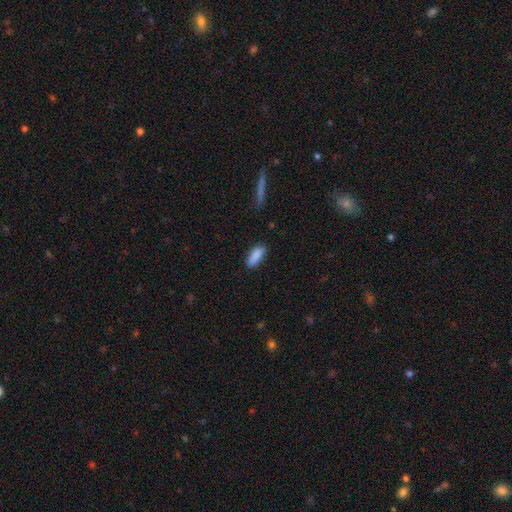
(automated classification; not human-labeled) Q: Smooth or featured?
A: smooth (88%); runner-up: star or artifact (7%)
Q: How rounded?
A: in between (79%); runner-up: cigar-shaped (18%)
Q: Merging?
A: none (80%); runner-up: minor disturbance (15%)